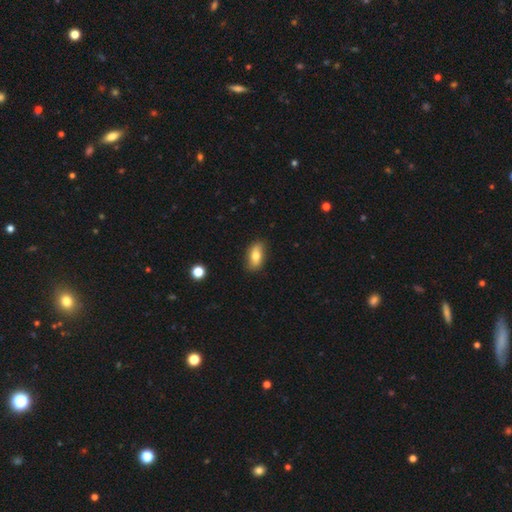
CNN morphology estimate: Smooth or featured?
  - smooth: 70% *
  - featured or disk: 23%
  - star or artifact: 7%
How rounded?
  - in between: 86% *
  - cigar-shaped: 8%
  - round: 7%
Merging?
  - none: 83% *
  - minor disturbance: 13%
  - major disturbance: 3%
  - merger: 1%